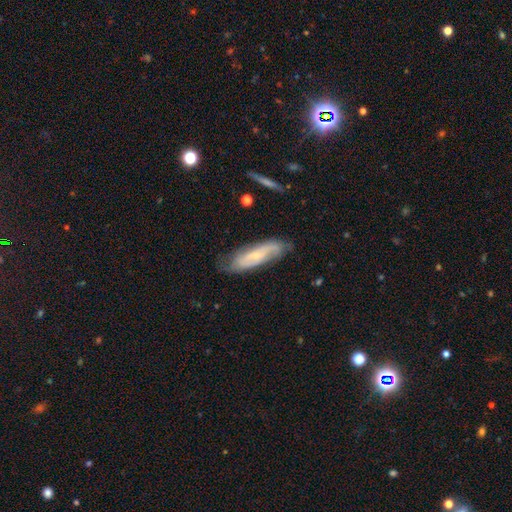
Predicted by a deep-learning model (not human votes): Morphology: type=featured or disk (63%); edge-on=no (78%); merging=none (69%).